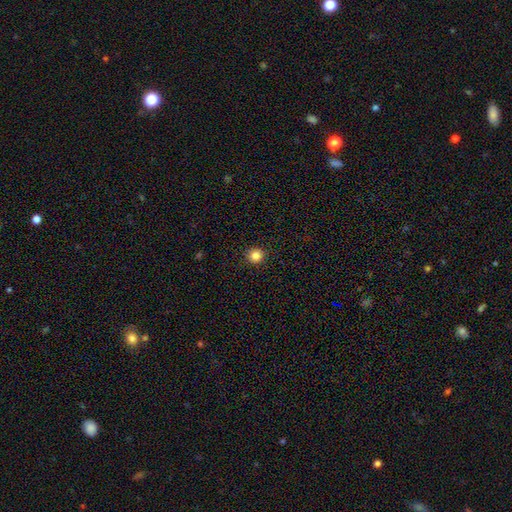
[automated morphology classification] smooth_or_featured: smooth (p=0.84) [alt: star or artifact p=0.12]
how_rounded: round (p=0.92) [alt: in between p=0.07]
merging: none (p=0.92) [alt: minor disturbance p=0.05]